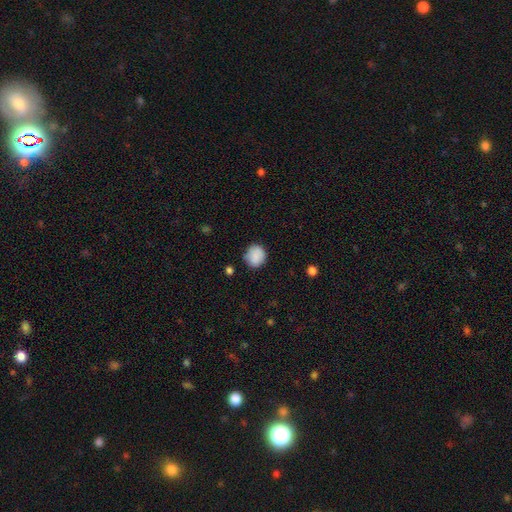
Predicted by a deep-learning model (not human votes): Q: Smooth or featured?
A: smooth (87%); runner-up: star or artifact (8%)
Q: How rounded?
A: round (83%); runner-up: in between (16%)
Q: Merging?
A: none (77%); runner-up: minor disturbance (17%)